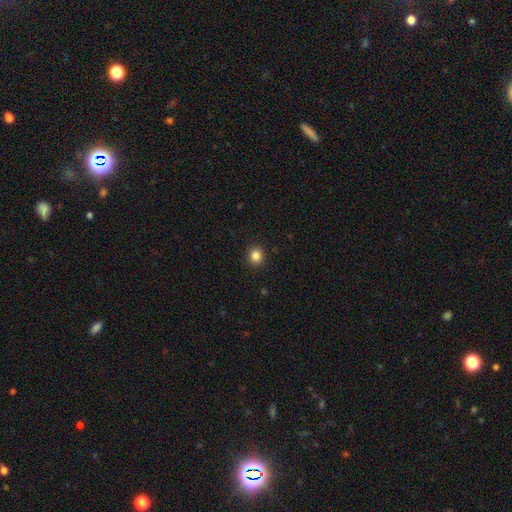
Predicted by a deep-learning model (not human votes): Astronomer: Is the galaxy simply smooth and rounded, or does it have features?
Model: smooth — 85%.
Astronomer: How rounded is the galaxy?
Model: round — 84%.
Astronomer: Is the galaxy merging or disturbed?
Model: none — 92%.